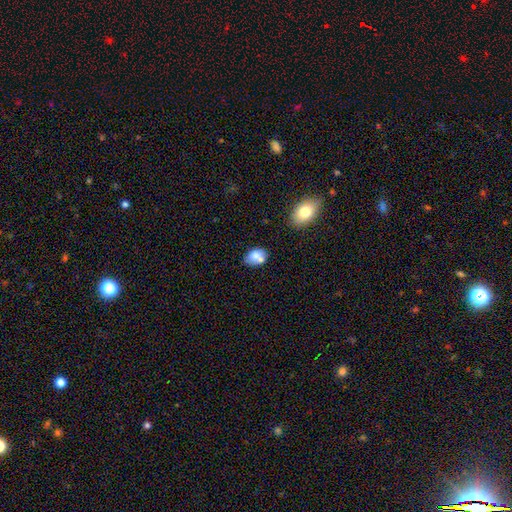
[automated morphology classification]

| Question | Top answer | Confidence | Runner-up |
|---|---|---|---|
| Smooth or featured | smooth | 76% | featured or disk (14%) |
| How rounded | in between | 78% | round (21%) |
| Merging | none | 56% | merger (20%) |